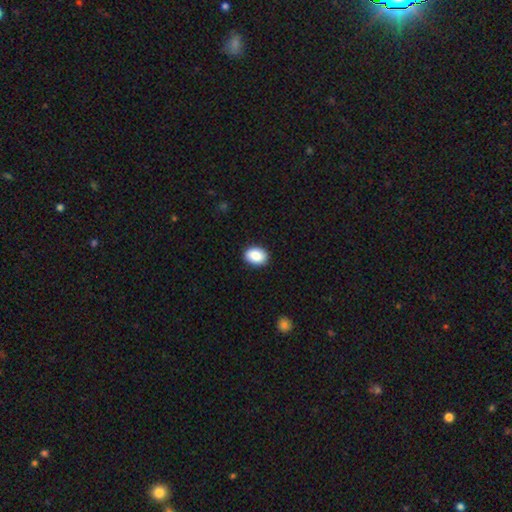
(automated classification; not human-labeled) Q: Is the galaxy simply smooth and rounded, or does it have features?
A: smooth — 88%.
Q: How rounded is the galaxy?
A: in between — 72%.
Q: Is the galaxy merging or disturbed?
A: none — 90%.